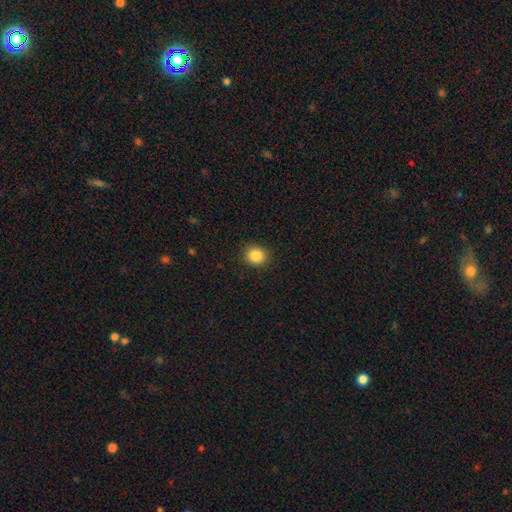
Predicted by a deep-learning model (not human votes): Overall: smooth (86%). How rounded: round (84%). Merging: none (90%).